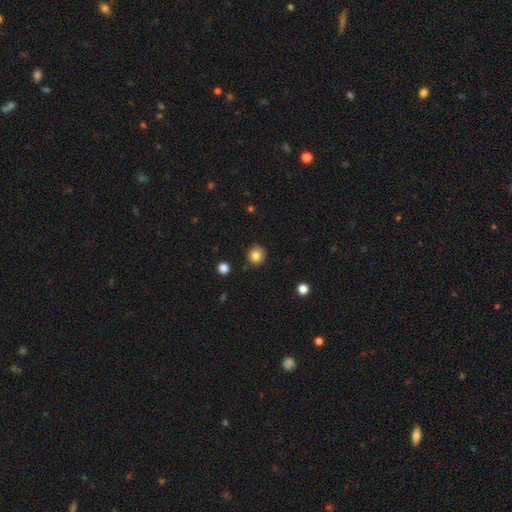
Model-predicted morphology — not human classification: smooth_or_featured: smooth (p=0.82) [alt: star or artifact p=0.11]
how_rounded: round (p=0.92) [alt: in between p=0.07]
merging: none (p=0.87) [alt: minor disturbance p=0.09]